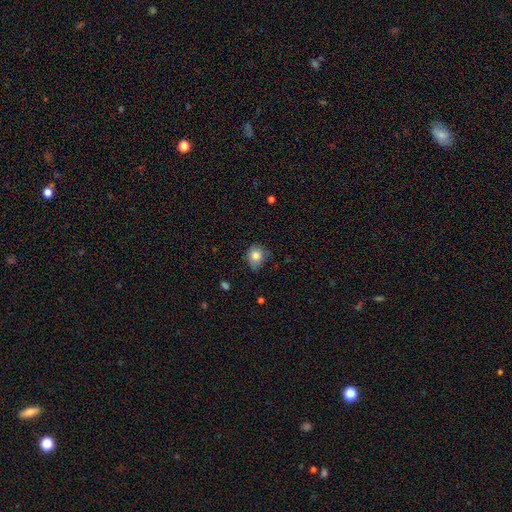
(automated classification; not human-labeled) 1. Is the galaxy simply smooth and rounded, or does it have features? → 82% smooth, 10% star or artifact, 8% featured or disk.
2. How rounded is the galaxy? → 70% round, 29% in between, 1% cigar-shaped.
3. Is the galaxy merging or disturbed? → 67% none, 26% minor disturbance, 5% major disturbance, 2% merger.